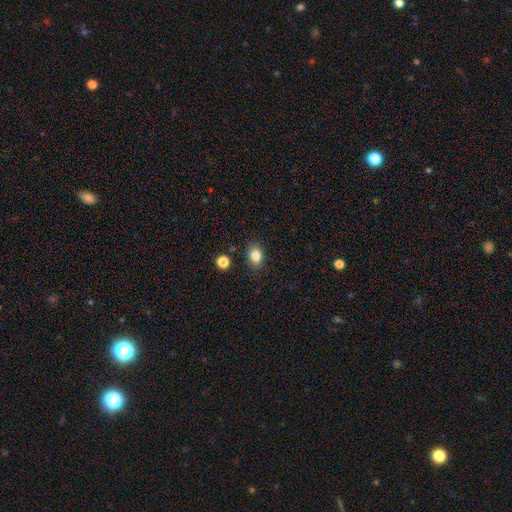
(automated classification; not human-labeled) smooth 83%, star or artifact 10%, featured or disk 6%. Down the decision tree: how rounded — in between (62%); merging — none (86%).